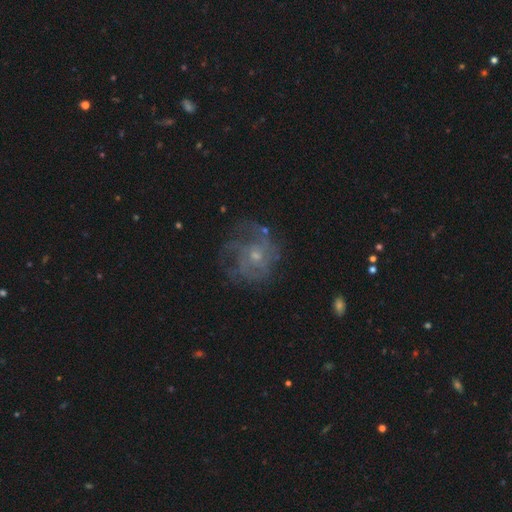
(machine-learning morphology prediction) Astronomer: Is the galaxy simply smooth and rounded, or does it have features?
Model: featured or disk — 69%.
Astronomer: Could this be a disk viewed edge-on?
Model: no — 98%.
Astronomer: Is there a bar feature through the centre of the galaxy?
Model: no — 80%.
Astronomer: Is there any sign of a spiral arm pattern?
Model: yes — 73%.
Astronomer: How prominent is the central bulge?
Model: small — 61%.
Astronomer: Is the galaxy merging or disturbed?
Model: none — 58%.